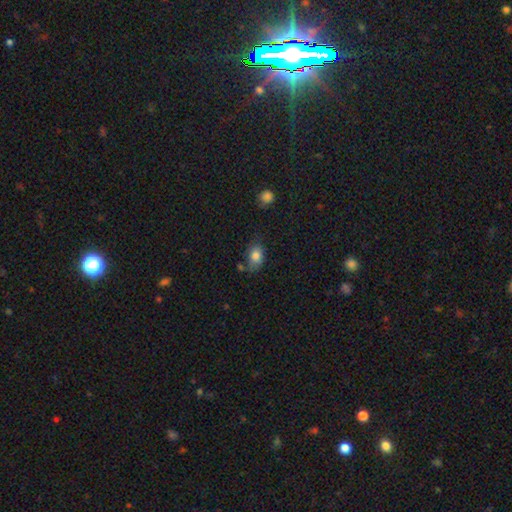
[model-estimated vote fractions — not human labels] smooth_or_featured: smooth (p=0.82) [alt: star or artifact p=0.09]
how_rounded: in between (p=0.79) [alt: round p=0.20]
merging: none (p=0.64) [alt: minor disturbance p=0.23]